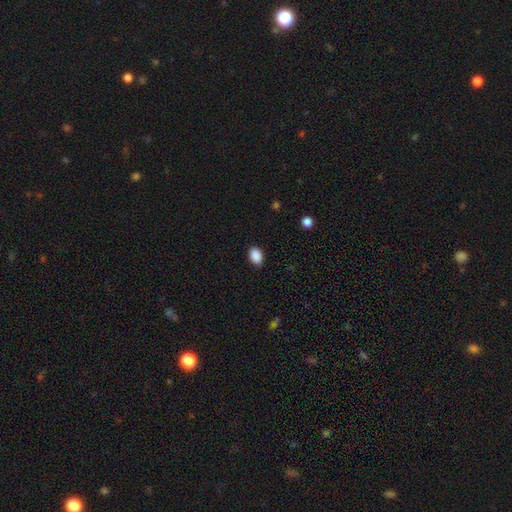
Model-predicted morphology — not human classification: type=smooth (90%); roundness=in between (85%); merging=none (87%).